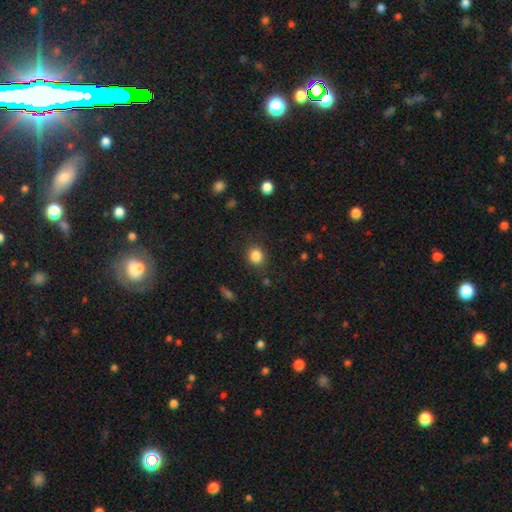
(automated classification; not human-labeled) Smooth or featured? smooth (84%)
How rounded? round (78%)
Merging? none (84%)